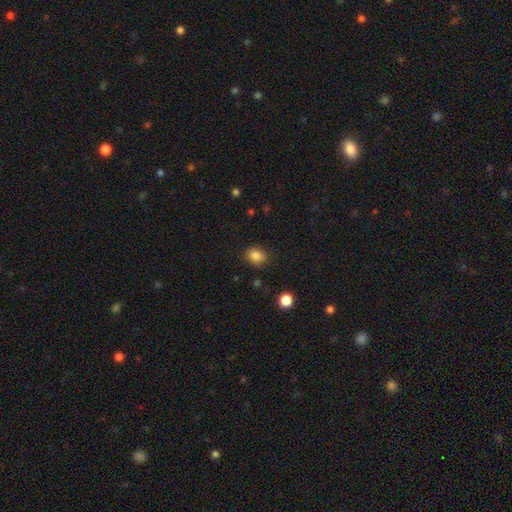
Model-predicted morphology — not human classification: smooth_or_featured: smooth (p=0.85) [alt: star or artifact p=0.11]
how_rounded: round (p=0.59) [alt: in between p=0.40]
merging: none (p=0.82) [alt: minor disturbance p=0.13]